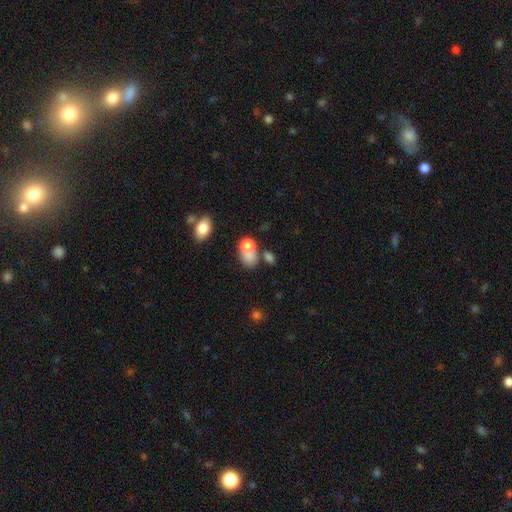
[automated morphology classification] Overall: smooth (58%; star or artifact 23%). How rounded: in between (60%; round 35%). Merging: none (54%; merger 27%).